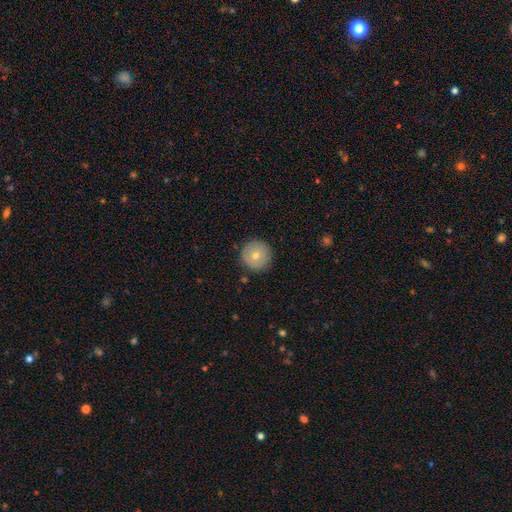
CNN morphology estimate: This is likely a smooth galaxy (72%). How rounded: clearly round (96%). Merging: clearly none (90%).